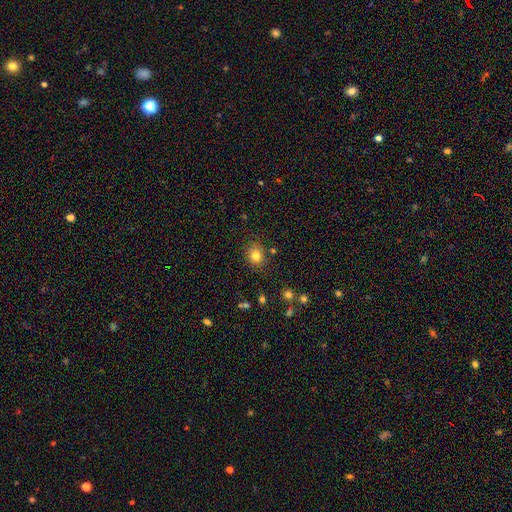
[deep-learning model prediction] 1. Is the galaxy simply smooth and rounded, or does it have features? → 80% smooth, 13% star or artifact, 7% featured or disk.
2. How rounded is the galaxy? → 72% round, 27% in between, 1% cigar-shaped.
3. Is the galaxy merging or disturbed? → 81% none, 12% minor disturbance, 4% merger, 3% major disturbance.